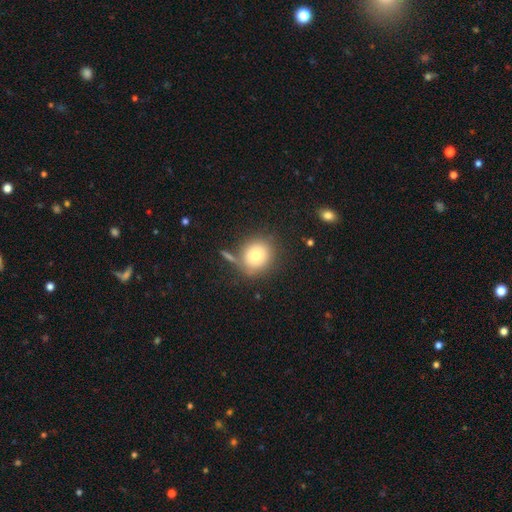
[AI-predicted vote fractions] smooth-or-featured: smooth: 77% | featured or disk: 12% | star or artifact: 11%
  how-rounded: round: 81% | in between: 18% | cigar-shaped: 1%
  merging: none: 69% | minor disturbance: 13% | merger: 12% | major disturbance: 6%